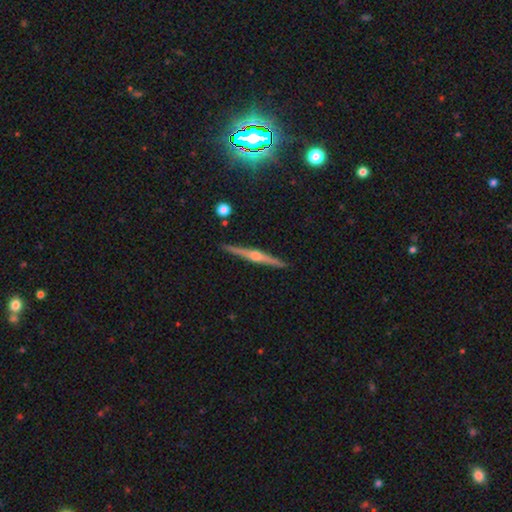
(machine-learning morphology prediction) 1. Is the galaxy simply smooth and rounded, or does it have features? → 81% featured or disk, 11% smooth, 9% star or artifact.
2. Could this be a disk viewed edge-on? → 98% yes, 2% no.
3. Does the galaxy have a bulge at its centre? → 90% rounded, 6% boxy, 5% none.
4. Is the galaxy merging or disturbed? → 92% none, 6% minor disturbance, 1% major disturbance, 1% merger.